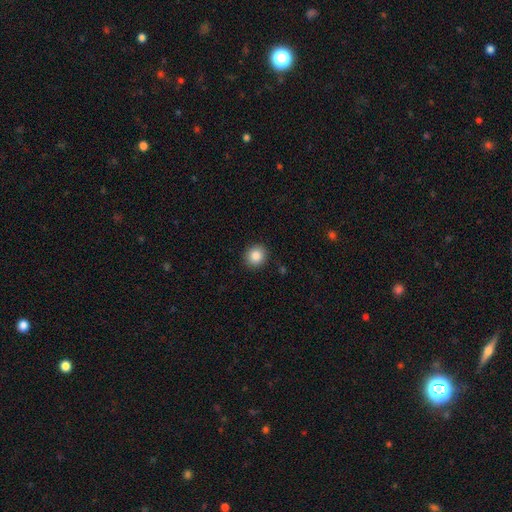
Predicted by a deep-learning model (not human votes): Smooth or featured? Predicted: smooth (p=0.85). How rounded? Predicted: round (p=0.85). Merging? Predicted: none (p=0.91).